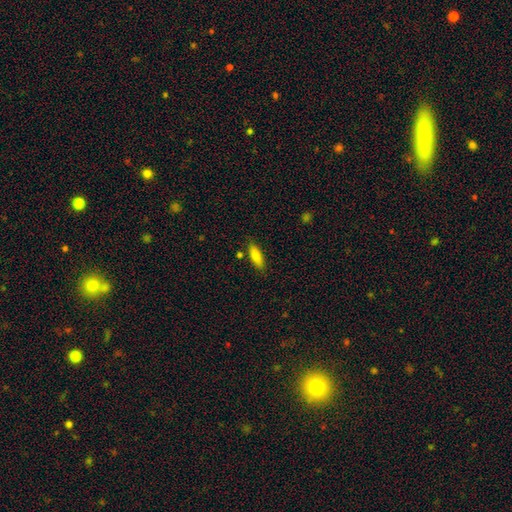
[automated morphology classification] smooth-or-featured: smooth: 83% | featured or disk: 11% | star or artifact: 7%
  how-rounded: in between: 57% | cigar-shaped: 41% | round: 2%
  merging: none: 82% | minor disturbance: 12% | merger: 4% | major disturbance: 2%